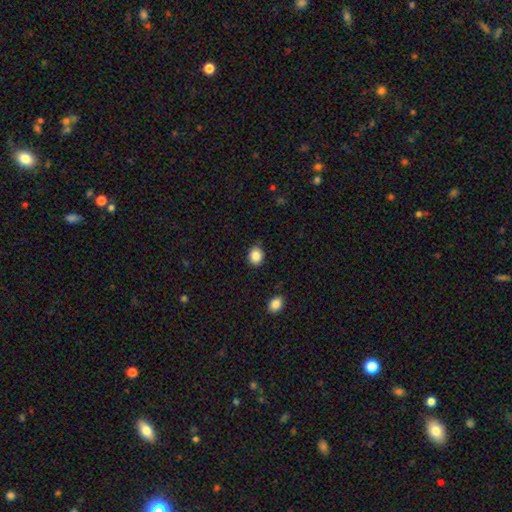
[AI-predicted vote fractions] Smooth or featured? smooth (86%)
How rounded? round (67%)
Merging? none (78%)